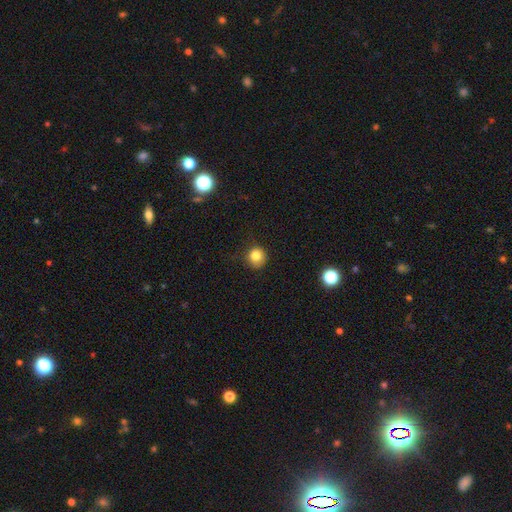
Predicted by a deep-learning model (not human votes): The model was most divided on "merging": none: 74%, minor disturbance: 20%, major disturbance: 5%, merger: 1%. More confident: how rounded — round (88%); smooth or featured — smooth (81%).